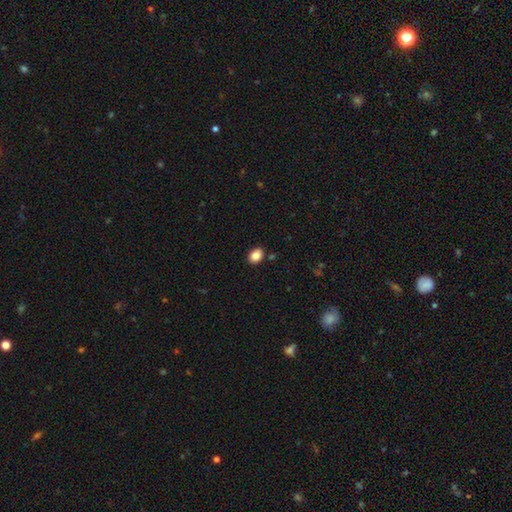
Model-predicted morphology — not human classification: type=smooth (86%); roundness=in between (66%); merging=none (86%).